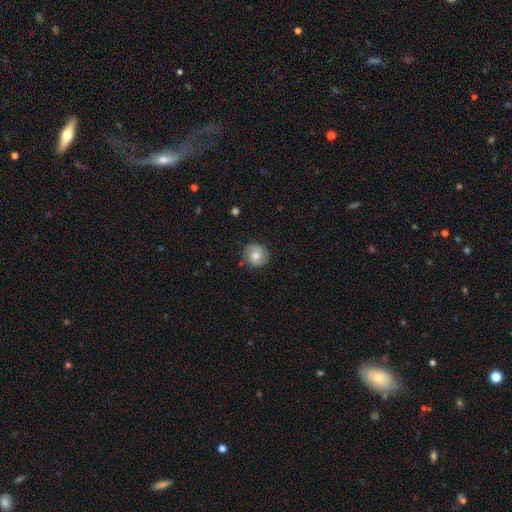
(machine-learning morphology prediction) Smooth or featured? smooth (72%)
How rounded? round (88%)
Merging? none (82%)